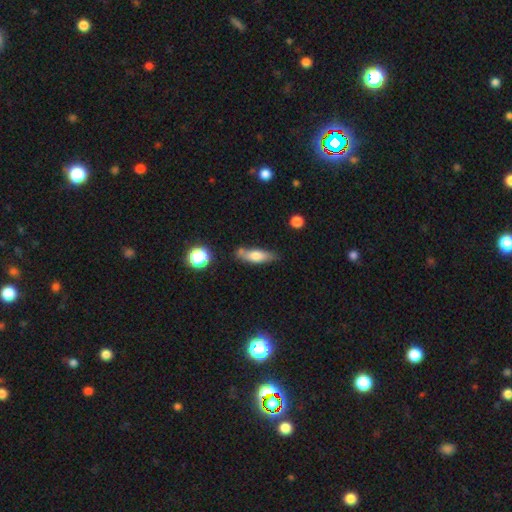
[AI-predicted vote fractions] Smooth or featured: smooth — 66% (featured or disk — 26%)
How rounded: in between — 49% (cigar-shaped — 47%)
Merging: none — 63% (minor disturbance — 21%)